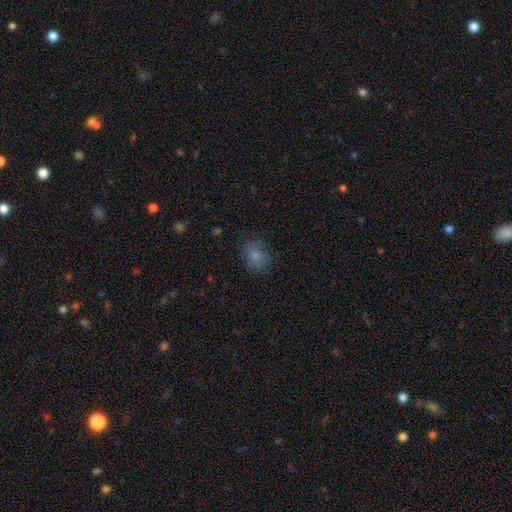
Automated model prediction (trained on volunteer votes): This appears to be a smooth galaxy with no disk features (78%) that is round (57%). Merging: none (69%).